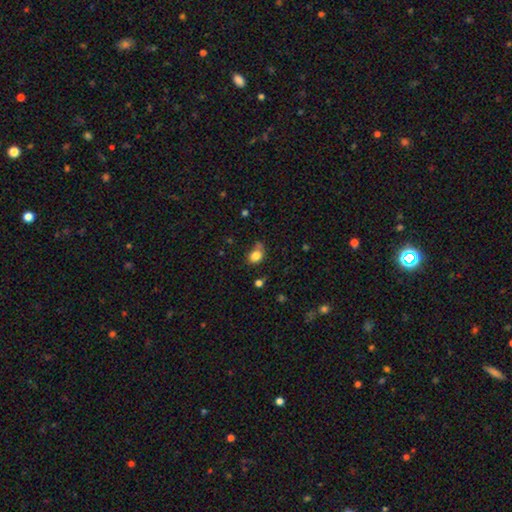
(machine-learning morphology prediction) smooth_or_featured: smooth (p=0.82) [alt: star or artifact p=0.11]
how_rounded: in between (p=0.55) [alt: round p=0.44]
merging: none (p=0.53) [alt: minor disturbance p=0.26]